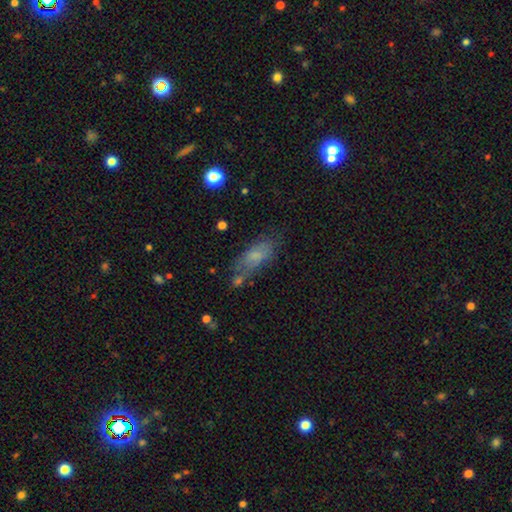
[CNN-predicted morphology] Smooth or featured?
  - smooth: 65% *
  - featured or disk: 24%
  - star or artifact: 11%
How rounded?
  - in between: 72% *
  - cigar-shaped: 25%
  - round: 3%
Merging?
  - none: 56% *
  - minor disturbance: 24%
  - major disturbance: 11%
  - merger: 9%